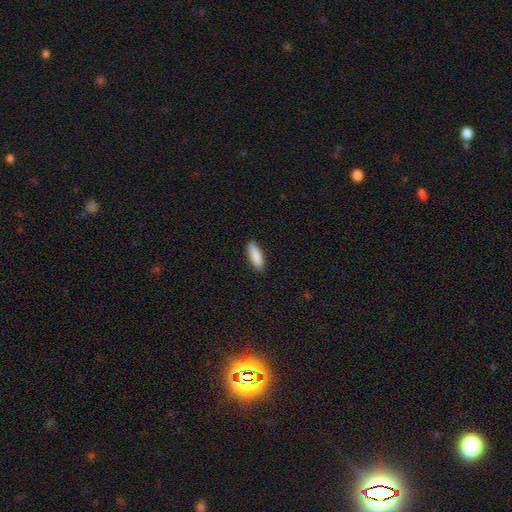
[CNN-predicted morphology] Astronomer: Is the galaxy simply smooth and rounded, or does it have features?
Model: smooth — 89%.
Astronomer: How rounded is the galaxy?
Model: in between — 51% (runner-up: cigar-shaped, 48%).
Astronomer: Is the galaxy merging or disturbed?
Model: none — 90%.